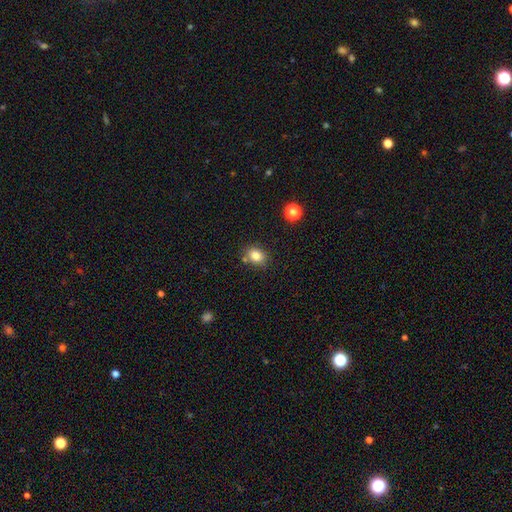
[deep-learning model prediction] Morphology: type=smooth (82%); roundness=in between (54%); merging=none (74%).